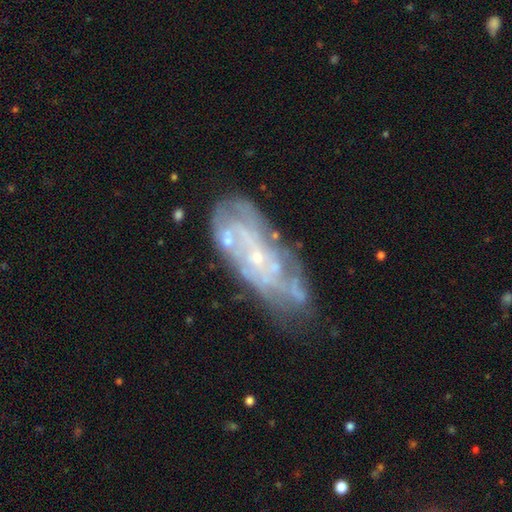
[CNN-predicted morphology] This is likely a featured or disk galaxy (79%). It is clearly not viewed edge-on (91%). Bar: likely no (75%). Spiral arm pattern: likely yes (71%). Spiral arm count: possibly can't tell (57%). Spiral winding: likely tight (60%). Central bulge: likely small (78%). Merging: possibly none (55%).